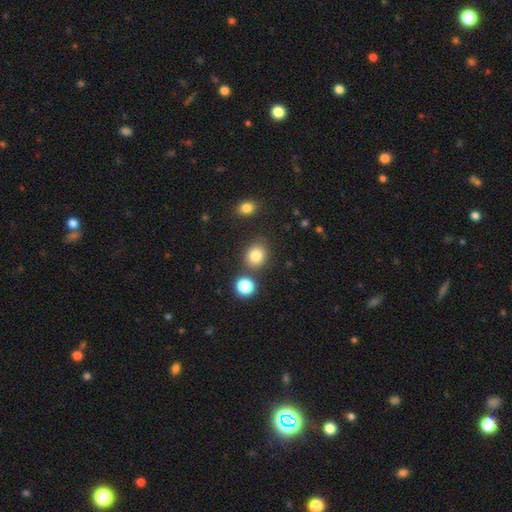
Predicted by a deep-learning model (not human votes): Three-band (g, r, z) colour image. It shows a smooth galaxy with no disk features (82%) that is round (70%). Merging: none (77%).